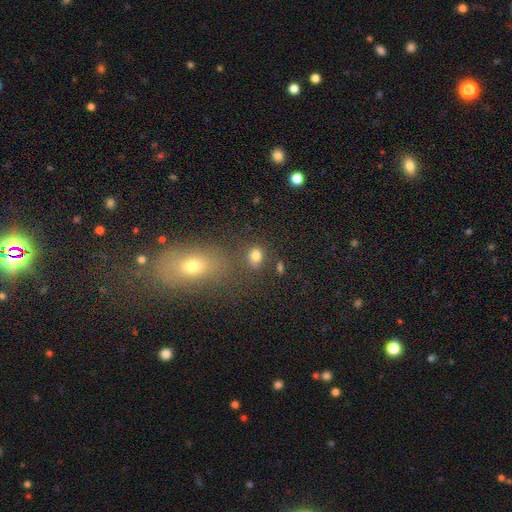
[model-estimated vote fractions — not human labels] Overall: smooth (78%). How rounded: in between (51%; round 48%). Merging: none (71%).